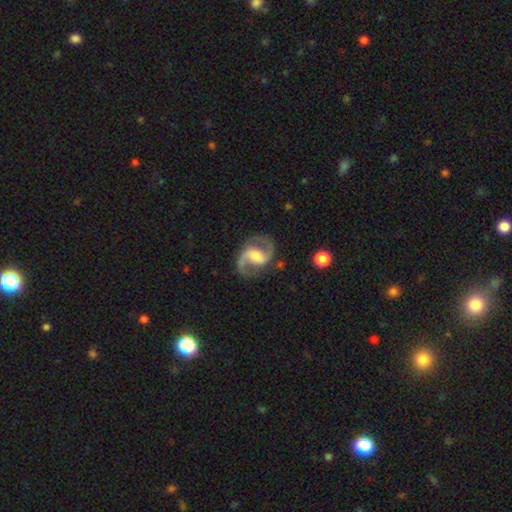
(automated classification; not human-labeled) A featured or disk galaxy (92%) with a weak bar (46%), 2 (94%) medium (61%) spiral arms (98%) and a moderate central bulge (59%). Merging: none (83%).